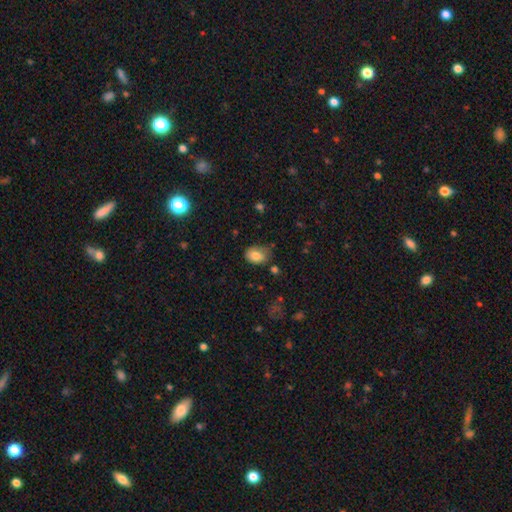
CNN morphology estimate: smooth-or-featured: smooth: 80% | featured or disk: 11% | star or artifact: 9%
  how-rounded: in between: 74% | round: 25% | cigar-shaped: 1%
  merging: none: 59% | minor disturbance: 30% | major disturbance: 7% | merger: 3%